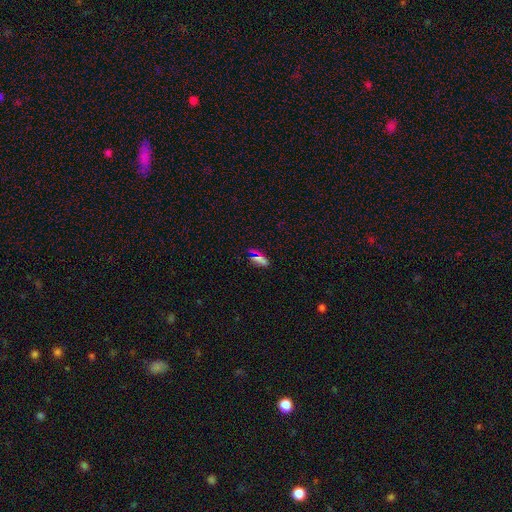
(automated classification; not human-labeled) A smooth galaxy with no disk features (61%) that is in between round and cigar-shaped (73%).

Vote fractions:
- Smooth or featured? smooth: 61% / star or artifact: 30% / featured or disk: 9%
- How rounded? in between: 73% / cigar-shaped: 18% / round: 8%
- Merging? none: 76% / minor disturbance: 15% / major disturbance: 5% / merger: 4%